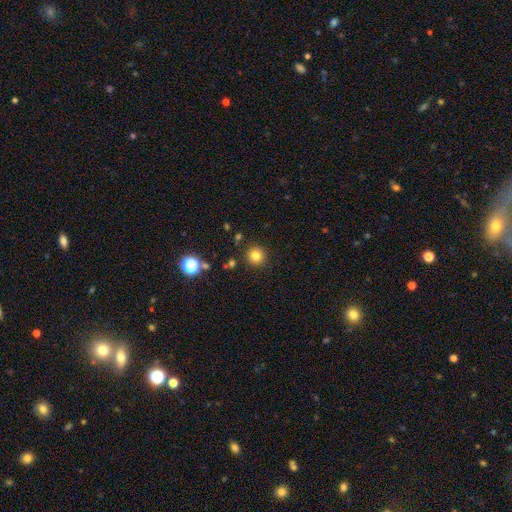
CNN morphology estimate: Smooth or featured? smooth (80%)
How rounded? round (95%)
Merging? none (89%)